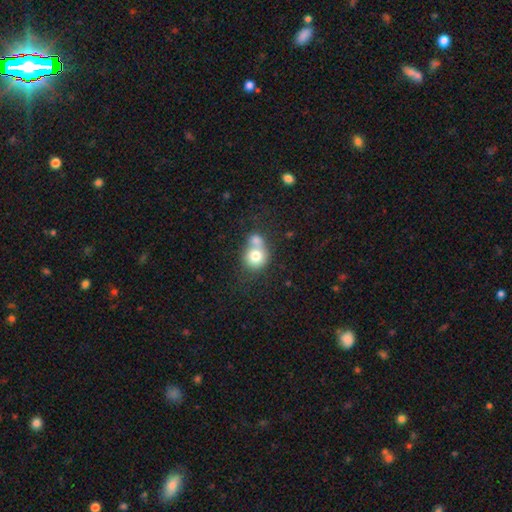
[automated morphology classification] A smooth galaxy with no disk features (74%) that is round (77%).

Vote fractions:
- Smooth or featured? smooth: 74% / featured or disk: 16% / star or artifact: 9%
- How rounded? round: 77% / in between: 22% / cigar-shaped: 1%
- Merging? merger: 60% / none: 29% / minor disturbance: 8% / major disturbance: 4%